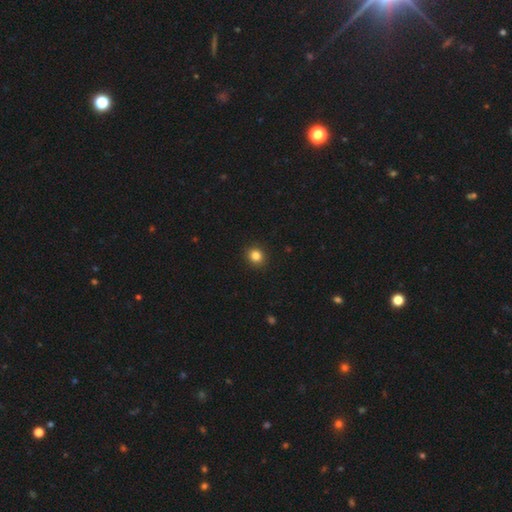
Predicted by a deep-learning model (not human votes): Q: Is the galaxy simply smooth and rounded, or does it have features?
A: smooth — 85%.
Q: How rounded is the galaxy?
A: round — 84%.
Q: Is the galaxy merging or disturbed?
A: none — 92%.